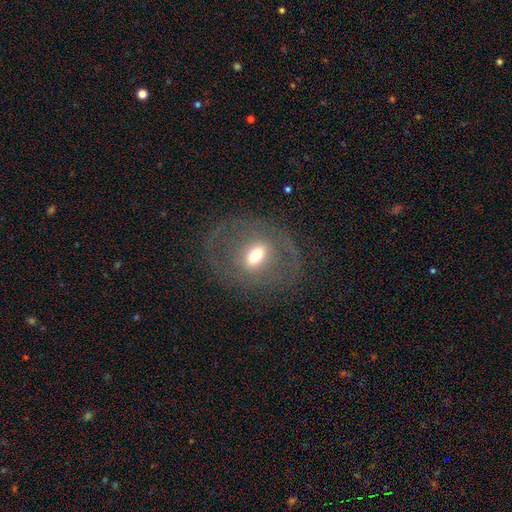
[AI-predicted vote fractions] smooth_or_featured: featured or disk (p=0.54) [alt: smooth p=0.36]
disk_edge_on: no (p=0.87) [alt: yes p=0.13]
merging: none (p=0.71) [alt: minor disturbance p=0.14]